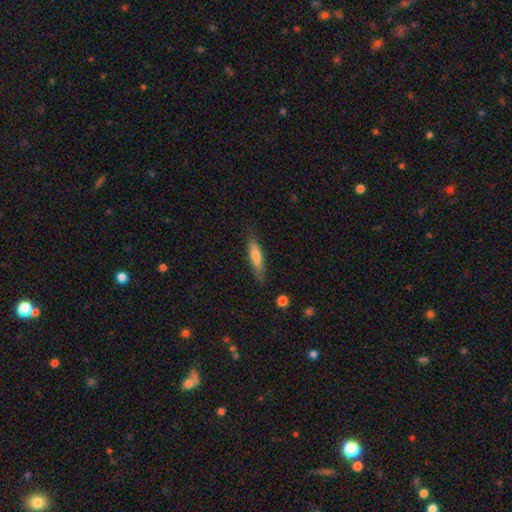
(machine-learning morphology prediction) smooth 63%, featured or disk 30%, star or artifact 6%. Down the decision tree: how rounded — cigar-shaped (82%); merging — none (84%).